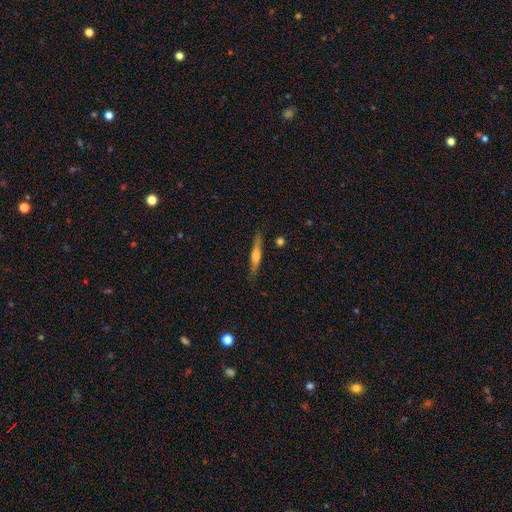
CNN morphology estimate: A featured or disk galaxy (51%) viewed edge-on (95%). Merging: none (83%).